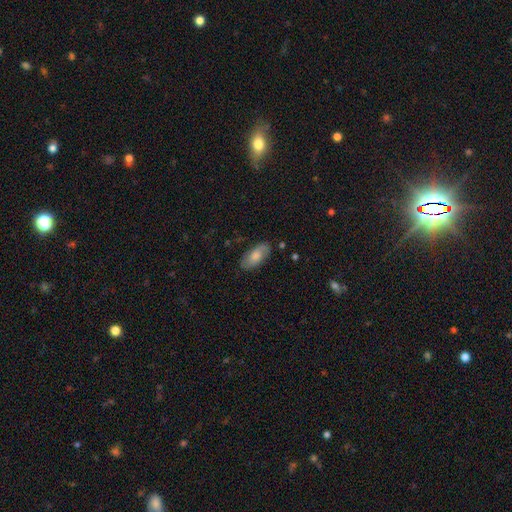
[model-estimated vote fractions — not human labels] Overall: smooth (63%; featured or disk 30%). How rounded: in between (91%). Merging: none (83%).